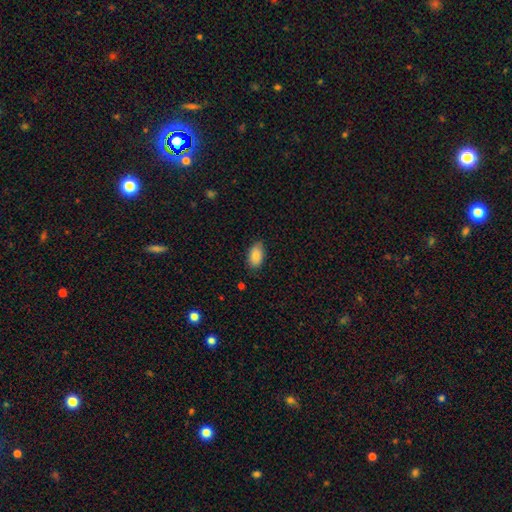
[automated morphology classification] Smooth or featured: smooth — 86% (star or artifact — 7%)
How rounded: in between — 93% (round — 5%)
Merging: none — 80% (minor disturbance — 16%)